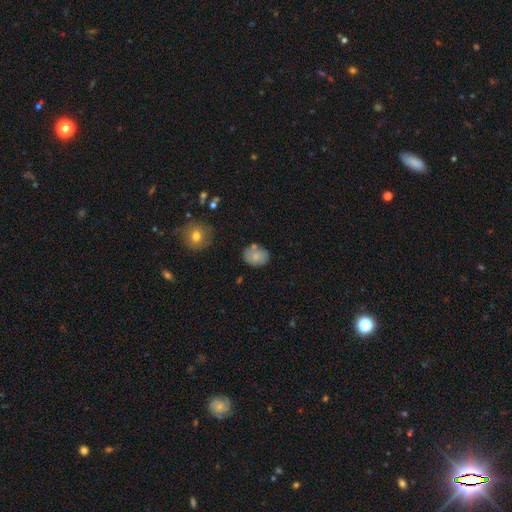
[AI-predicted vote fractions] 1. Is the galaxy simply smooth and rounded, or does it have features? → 75% smooth, 16% featured or disk, 8% star or artifact.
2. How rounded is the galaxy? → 55% in between, 44% round, 1% cigar-shaped.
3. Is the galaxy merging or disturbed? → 71% none, 17% minor disturbance, 9% merger, 4% major disturbance.